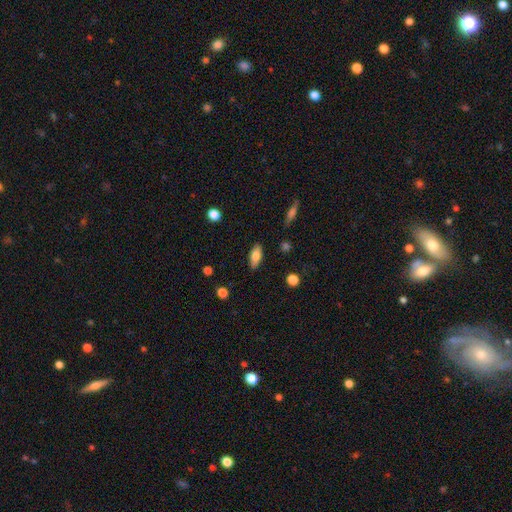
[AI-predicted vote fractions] This appears to be a smooth galaxy with no disk features (75%) that is in between round and cigar-shaped (82%). Merging: none (84%).